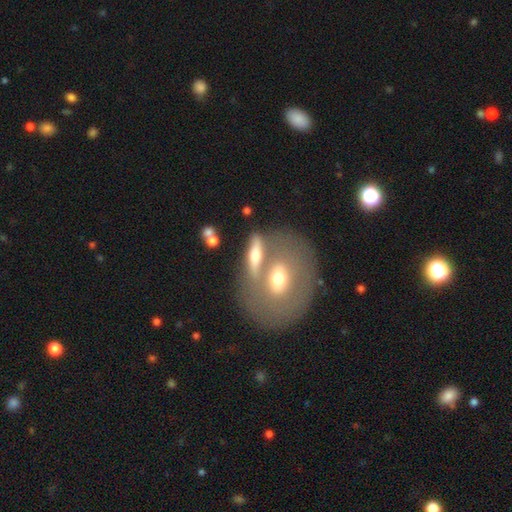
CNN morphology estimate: This appears to be a featured or disk galaxy (48%). Merging: none (47%).